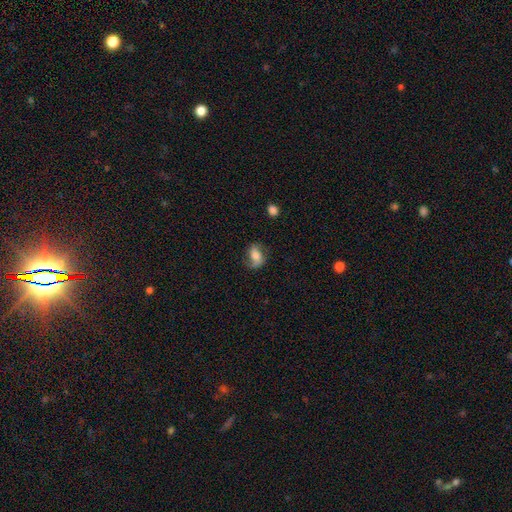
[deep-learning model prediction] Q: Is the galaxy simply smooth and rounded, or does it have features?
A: smooth — 50%.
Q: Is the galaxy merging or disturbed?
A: none — 64%.